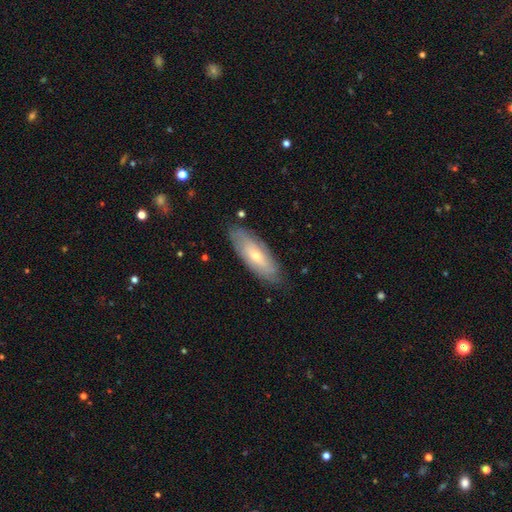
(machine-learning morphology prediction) featured or disk 48%, smooth 45%, star or artifact 7%. Down the decision tree: merging — none (81%).